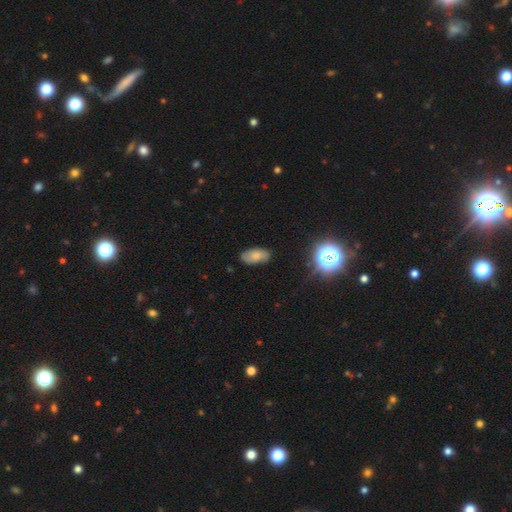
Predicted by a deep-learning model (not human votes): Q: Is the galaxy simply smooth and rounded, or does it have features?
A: smooth — 70%.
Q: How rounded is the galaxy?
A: in between — 93%.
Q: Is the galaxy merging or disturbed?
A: none — 80%.